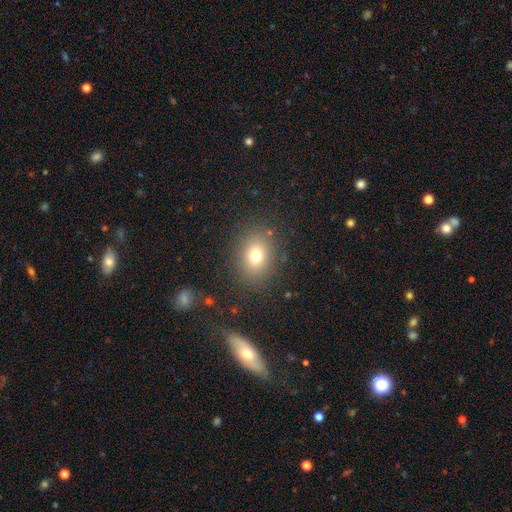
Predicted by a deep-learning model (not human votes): Smooth or featured? Predicted: smooth (p=0.74). How rounded? Predicted: in between (p=0.52). Merging? Predicted: none (p=0.84).